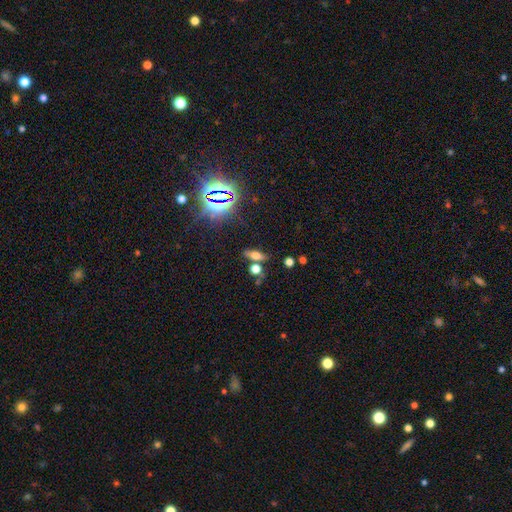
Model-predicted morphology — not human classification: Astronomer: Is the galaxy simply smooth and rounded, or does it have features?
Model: smooth — 55%.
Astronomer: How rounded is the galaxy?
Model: in between — 58%.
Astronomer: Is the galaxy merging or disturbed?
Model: none — 69%.